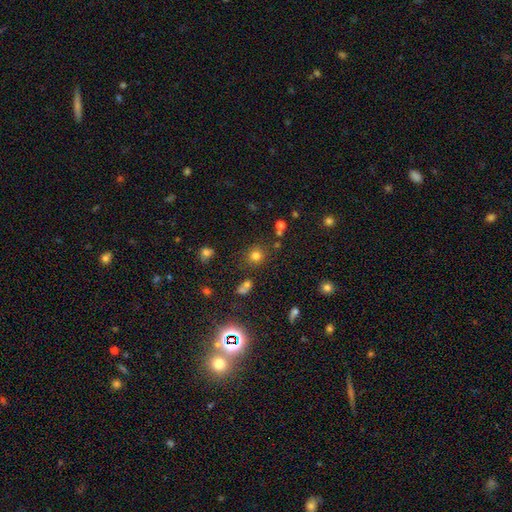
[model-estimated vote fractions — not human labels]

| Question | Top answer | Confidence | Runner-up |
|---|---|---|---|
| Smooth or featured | smooth | 74% | star or artifact (19%) |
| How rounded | round | 89% | in between (10%) |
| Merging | none | 80% | minor disturbance (9%) |